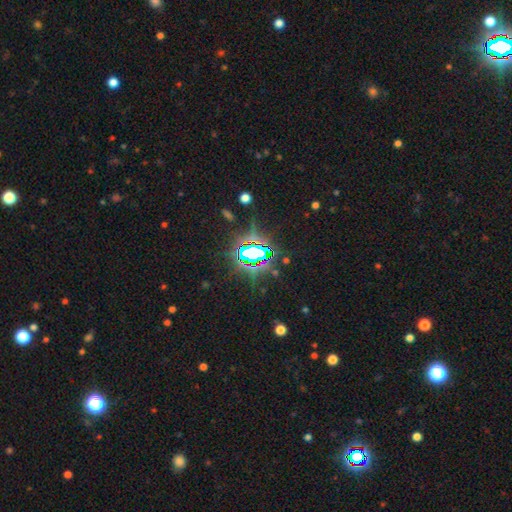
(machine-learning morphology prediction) This is likely a star or artifact rather than a galaxy (76%).